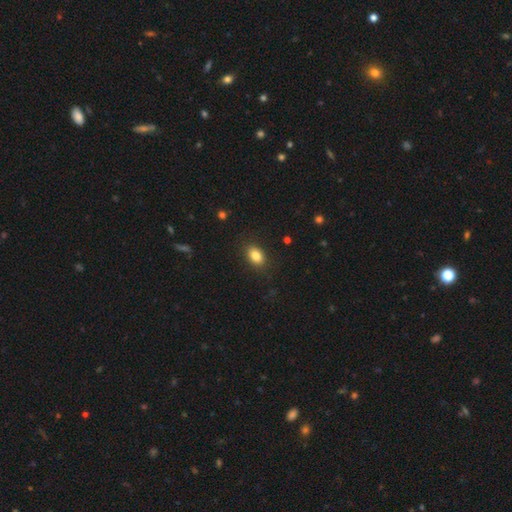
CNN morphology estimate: This is clearly a smooth galaxy (85%). How rounded: clearly in between (82%). Merging: clearly none (87%).